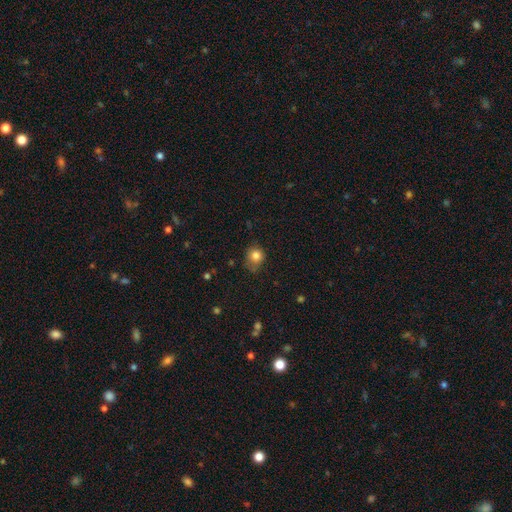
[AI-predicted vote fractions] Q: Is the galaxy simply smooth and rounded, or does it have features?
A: smooth — 82%.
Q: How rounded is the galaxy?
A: round — 76%.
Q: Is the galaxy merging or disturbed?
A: none — 52%.